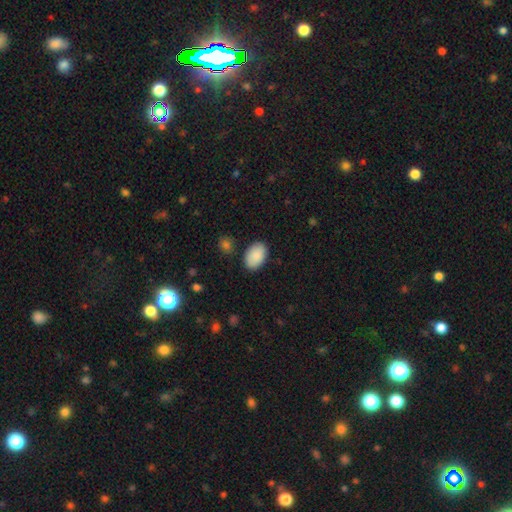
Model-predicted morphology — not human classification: smooth-or-featured: smooth: 90% | star or artifact: 6% | featured or disk: 4%
  how-rounded: in between: 92% | round: 7% | cigar-shaped: 1%
  merging: none: 85% | minor disturbance: 10% | major disturbance: 3% | merger: 2%